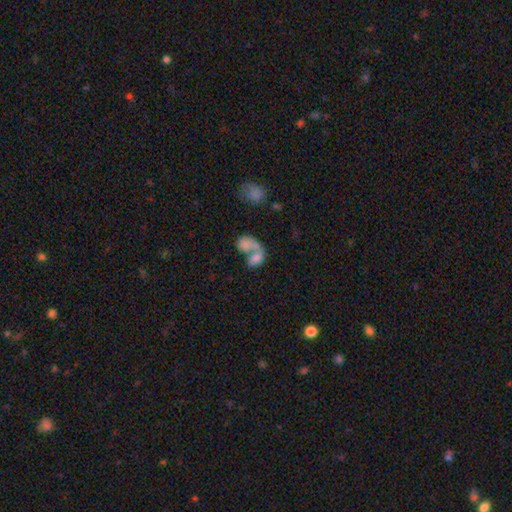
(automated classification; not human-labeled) smooth_or_featured: smooth (p=0.70) [alt: featured or disk p=0.20]
how_rounded: in between (p=0.79) [alt: round p=0.19]
merging: merger (p=0.70) [alt: none p=0.15]